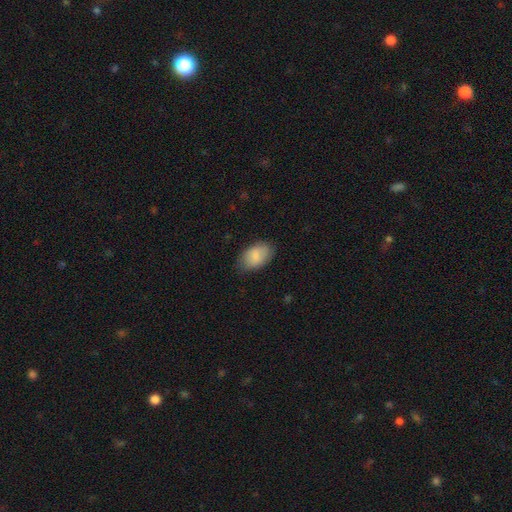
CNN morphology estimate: A smooth galaxy with no disk features (83%) that is in between round and cigar-shaped (92%).

Vote fractions:
- Smooth or featured? smooth: 83% / featured or disk: 11% / star or artifact: 6%
- How rounded? in between: 92% / round: 6% / cigar-shaped: 1%
- Merging? none: 77% / minor disturbance: 18% / major disturbance: 4% / merger: 1%